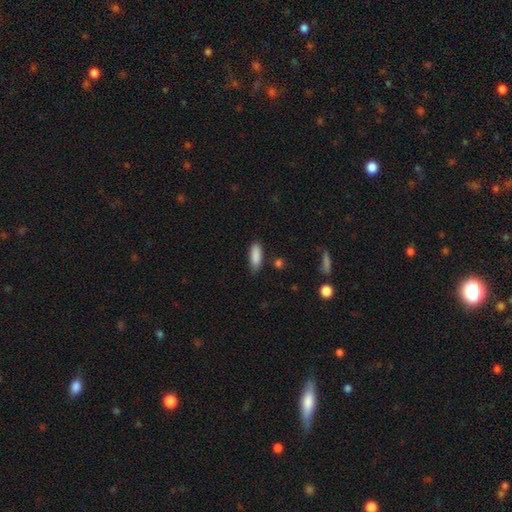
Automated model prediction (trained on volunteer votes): This appears to be a smooth galaxy with no disk features (88%) that is in between round and cigar-shaped (63%). Merging: none (80%).